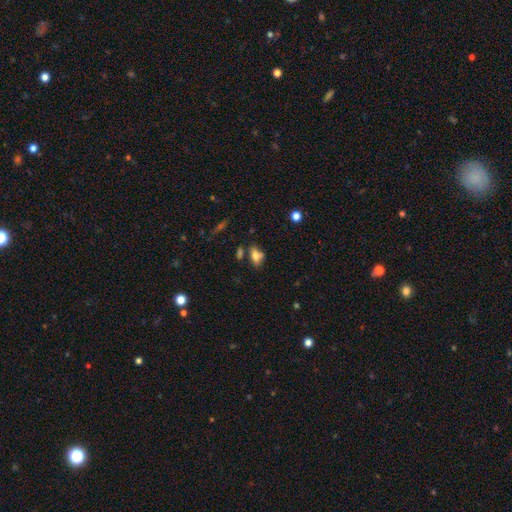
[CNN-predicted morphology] smooth-or-featured: smooth: 70% | featured or disk: 18% | star or artifact: 12%
  how-rounded: in between: 81% | round: 12% | cigar-shaped: 7%
  merging: none: 58% | minor disturbance: 19% | merger: 17% | major disturbance: 6%